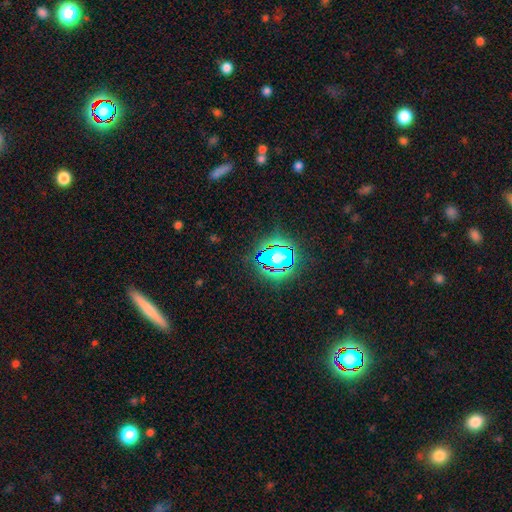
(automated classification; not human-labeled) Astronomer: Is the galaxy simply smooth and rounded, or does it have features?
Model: star or artifact — 70%.